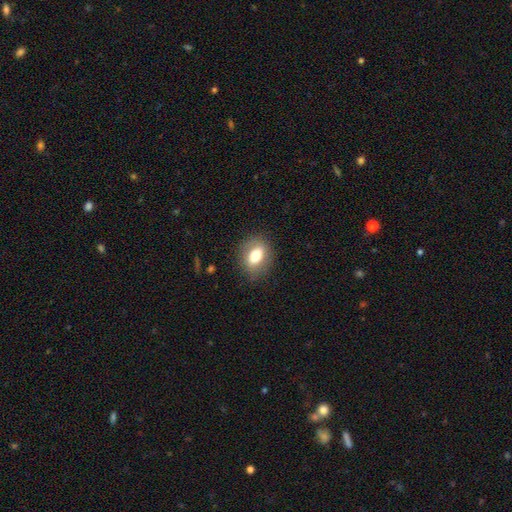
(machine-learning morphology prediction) Smooth or featured?
  - smooth: 72% *
  - featured or disk: 19%
  - star or artifact: 9%
How rounded?
  - in between: 69% *
  - round: 30%
  - cigar-shaped: 2%
Merging?
  - none: 82% *
  - minor disturbance: 12%
  - major disturbance: 4%
  - merger: 1%